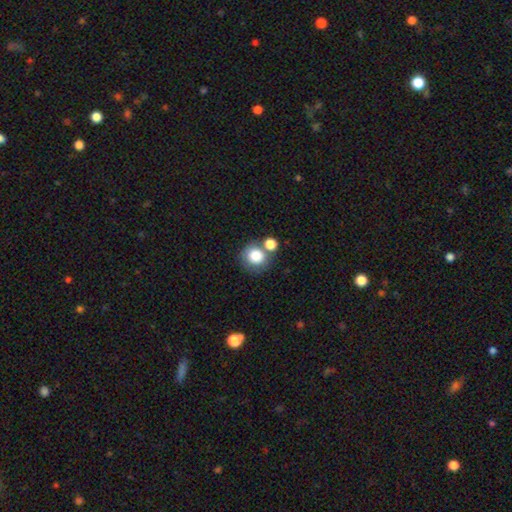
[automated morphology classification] The model was most divided on "merging": none: 57%, merger: 27%, minor disturbance: 11%, major disturbance: 5%. More confident: how rounded — round (88%); smooth or featured — smooth (80%).